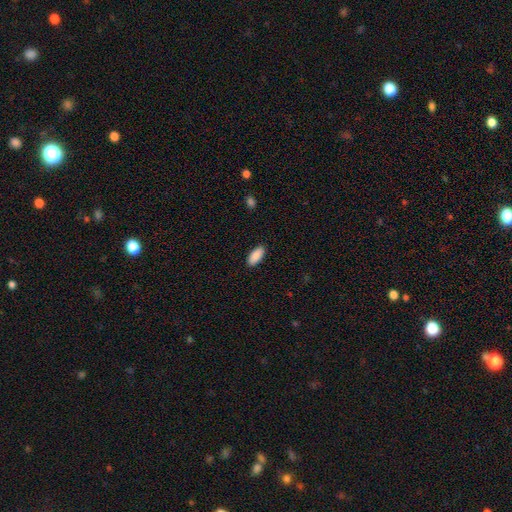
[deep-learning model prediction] A smooth galaxy with no disk features (90%) that is in between round and cigar-shaped (88%). Merging: none (89%).